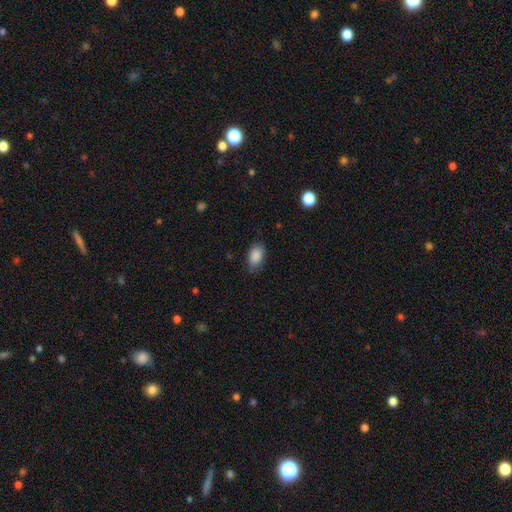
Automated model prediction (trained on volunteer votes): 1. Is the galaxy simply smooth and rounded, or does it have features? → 88% smooth, 7% star or artifact, 5% featured or disk.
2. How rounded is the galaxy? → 90% in between, 8% round, 2% cigar-shaped.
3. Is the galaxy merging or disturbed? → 72% none, 22% minor disturbance, 4% major disturbance, 1% merger.